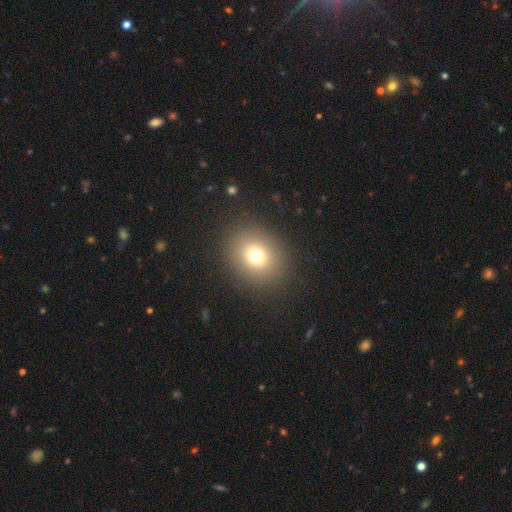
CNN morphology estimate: Q: Smooth or featured?
A: smooth (74%); runner-up: star or artifact (16%)
Q: How rounded?
A: round (69%); runner-up: in between (30%)
Q: Merging?
A: none (88%); runner-up: minor disturbance (7%)